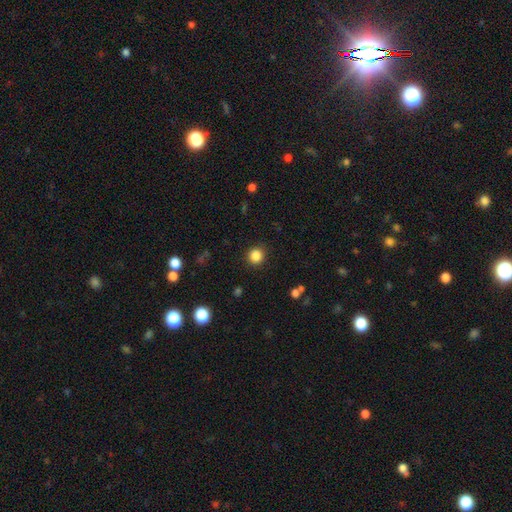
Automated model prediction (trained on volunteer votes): This is clearly a smooth galaxy (85%). How rounded: clearly round (93%). Merging: clearly none (91%).